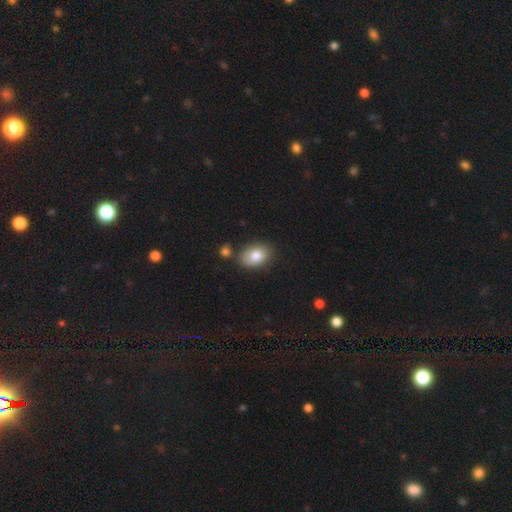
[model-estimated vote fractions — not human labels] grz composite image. It shows a smooth galaxy with no disk features (82%) that is in between round and cigar-shaped (82%). Merging: none (73%).